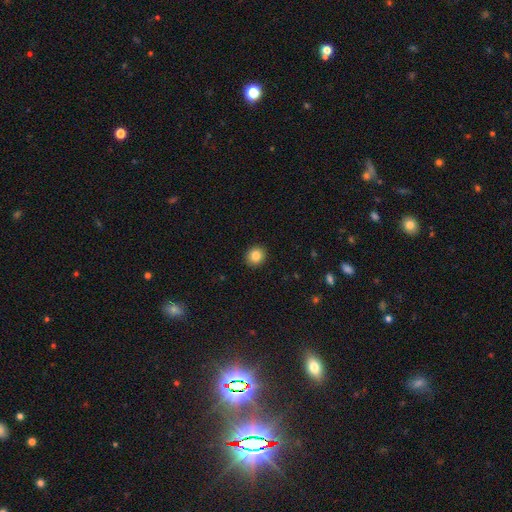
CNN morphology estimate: Smooth or featured?
  - smooth: 84% *
  - star or artifact: 10%
  - featured or disk: 6%
How rounded?
  - round: 83% *
  - in between: 16%
  - cigar-shaped: 1%
Merging?
  - none: 92% *
  - minor disturbance: 5%
  - major disturbance: 2%
  - merger: 1%